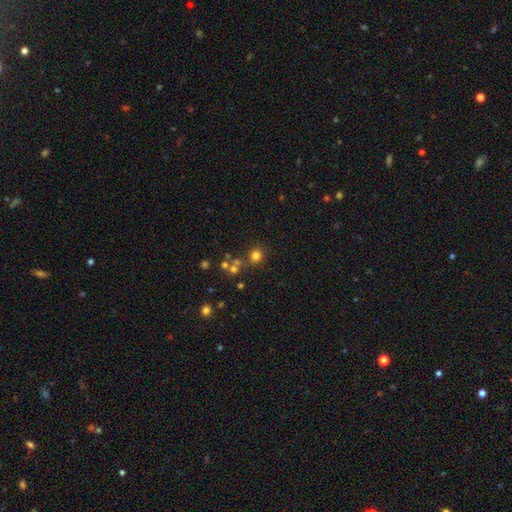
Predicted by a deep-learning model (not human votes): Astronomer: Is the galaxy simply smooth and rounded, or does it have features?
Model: smooth — 74%.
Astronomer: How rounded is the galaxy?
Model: round — 89%.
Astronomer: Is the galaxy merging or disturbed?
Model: none — 72%.